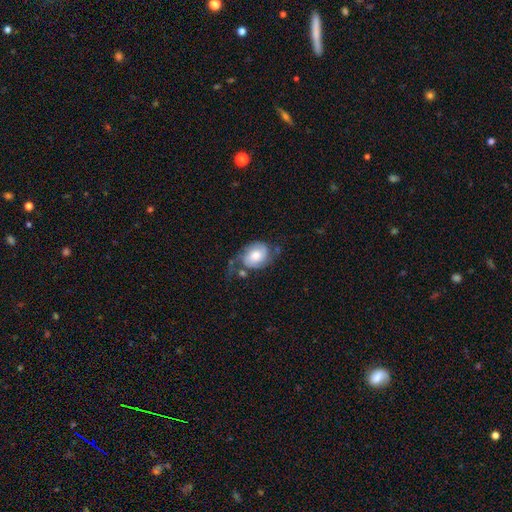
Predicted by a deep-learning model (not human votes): Smooth or featured? Predicted: featured or disk (p=0.56). Edge-on disk? Predicted: no (p=0.97). Bar? Predicted: no (p=0.72). Spiral arms? Predicted: yes (p=0.86). Bulge size? Predicted: moderate (p=0.47). Merging? Predicted: none (p=0.36).